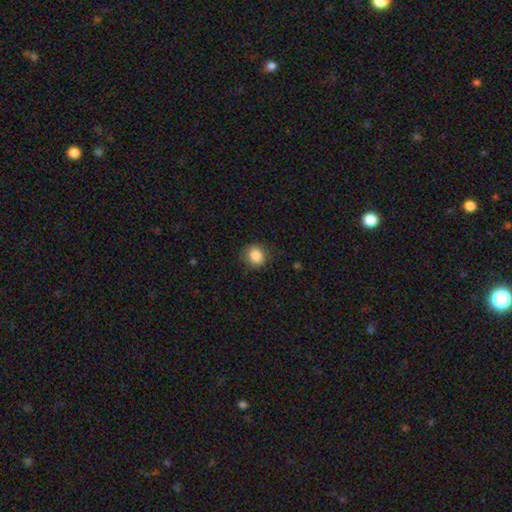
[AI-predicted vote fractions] Q: Smooth or featured?
A: smooth (86%); runner-up: star or artifact (9%)
Q: How rounded?
A: round (83%); runner-up: in between (16%)
Q: Merging?
A: none (84%); runner-up: minor disturbance (12%)